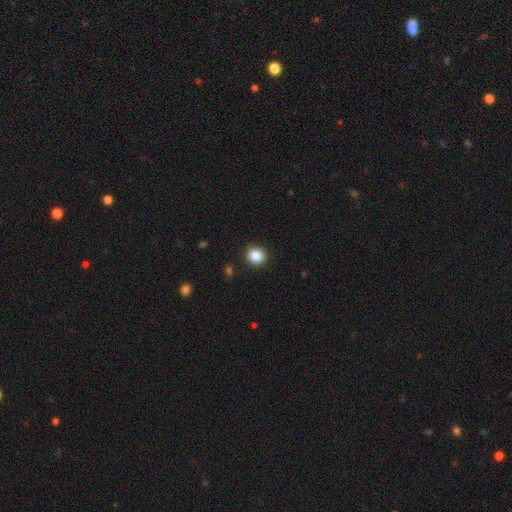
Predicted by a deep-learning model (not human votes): This appears to be a smooth galaxy with no disk features (86%) that is round (83%). Merging: none (90%).